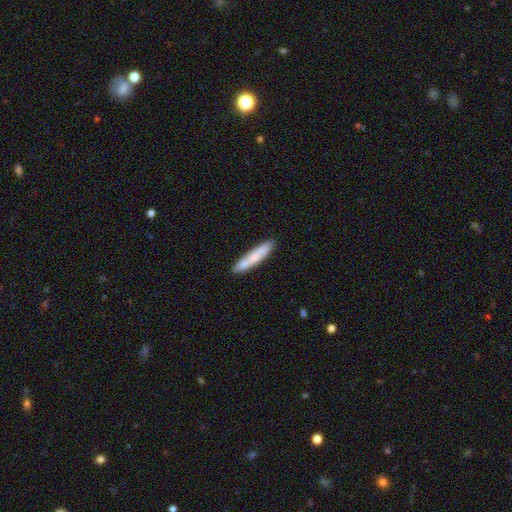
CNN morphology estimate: smooth_or_featured: smooth (p=0.74) [alt: featured or disk p=0.20]
how_rounded: cigar-shaped (p=0.88) [alt: in between p=0.10]
merging: none (p=0.81) [alt: minor disturbance p=0.13]